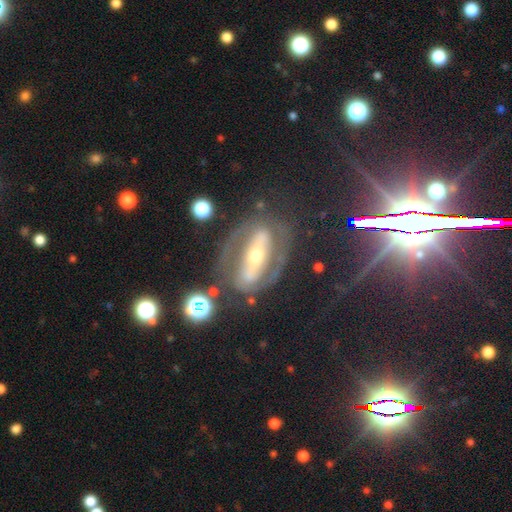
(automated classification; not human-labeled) A featured or disk galaxy (78%) with a strong bar (68%), spiral arms (57%) and a moderate central bulge (55%).

Vote fractions:
- Smooth or featured? featured or disk: 78% / smooth: 13% / star or artifact: 9%
- Edge-on disk? no: 83% / yes: 17%
- Bar? strong: 68% / no: 17% / weak: 15%
- Spiral arms? yes: 57% / no: 43%
- Bulge size? moderate: 55% / small: 37% / large: 6% / dominant: 2% / none: 1%
- Merging? none: 69% / minor disturbance: 15% / major disturbance: 13% / merger: 3%